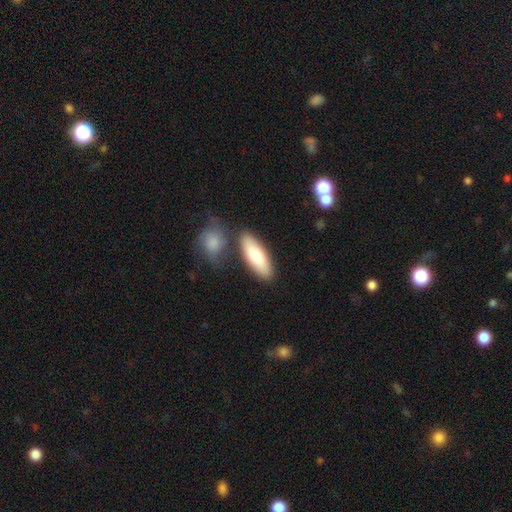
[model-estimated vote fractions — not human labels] smooth-or-featured: smooth: 78% | featured or disk: 17% | star or artifact: 5%
  how-rounded: in between: 64% | cigar-shaped: 34% | round: 2%
  merging: none: 74% | minor disturbance: 12% | merger: 11% | major disturbance: 3%